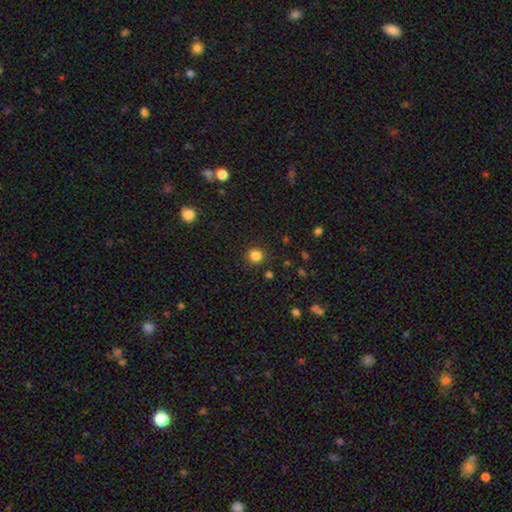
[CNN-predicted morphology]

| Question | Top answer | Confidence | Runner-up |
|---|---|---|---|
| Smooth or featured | smooth | 83% | star or artifact (13%) |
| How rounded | round | 93% | in between (6%) |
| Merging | none | 90% | minor disturbance (6%) |